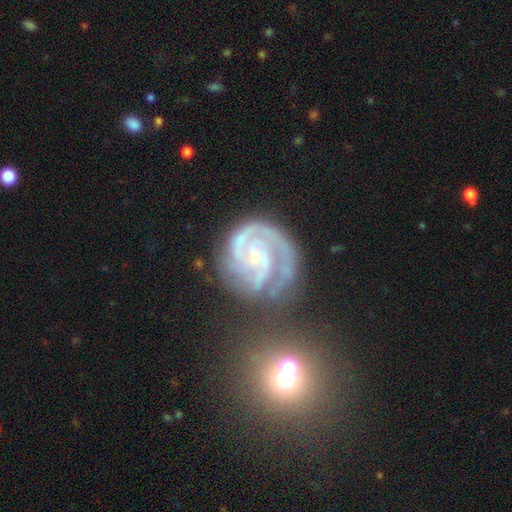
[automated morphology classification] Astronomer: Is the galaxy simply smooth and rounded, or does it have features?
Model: featured or disk — 89%.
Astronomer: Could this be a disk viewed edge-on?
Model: no — 98%.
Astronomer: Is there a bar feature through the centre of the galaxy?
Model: no — 55% (runner-up: weak, 33%).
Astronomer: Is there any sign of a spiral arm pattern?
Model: yes — 98%.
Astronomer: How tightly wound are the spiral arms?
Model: tight — 66%.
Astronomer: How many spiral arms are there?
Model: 2 — 38% (runner-up: 3, 34%).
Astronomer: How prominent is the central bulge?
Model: small — 68%.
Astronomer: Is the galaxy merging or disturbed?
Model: none — 59%.